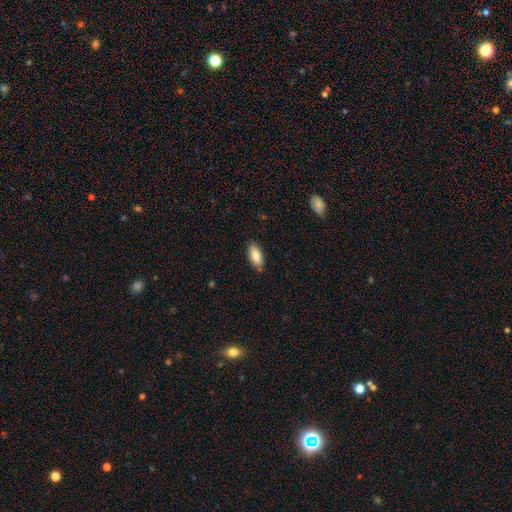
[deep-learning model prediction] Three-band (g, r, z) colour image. It shows a smooth galaxy with no disk features (79%) that is in between round and cigar-shaped (86%). Merging: none (82%).